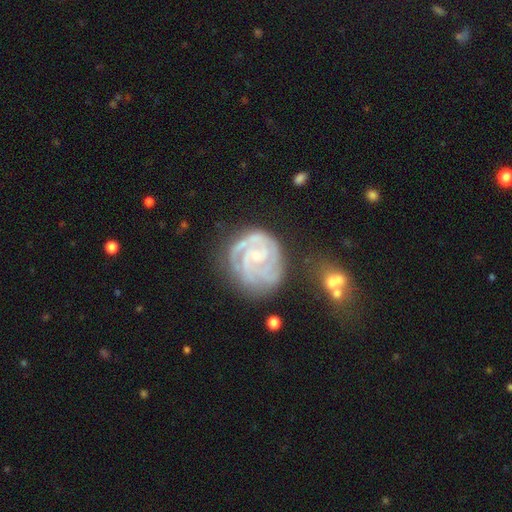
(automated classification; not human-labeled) This is clearly a featured or disk galaxy (88%). It is clearly not viewed edge-on (98%). Bar: possibly no (59%). Spiral arm pattern: clearly yes (97%). Spiral arm count: marginally 3 (41%). Spiral winding: likely tight (75%). Central bulge: likely small (73%). Merging: likely none (64%).